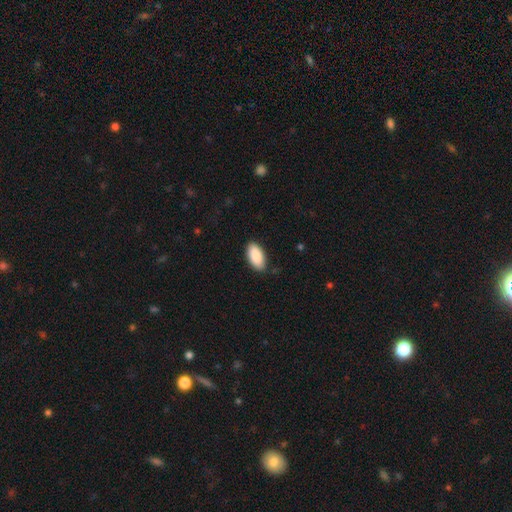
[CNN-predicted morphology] Overall: smooth (90%). How rounded: in between (94%). Merging: none (84%).